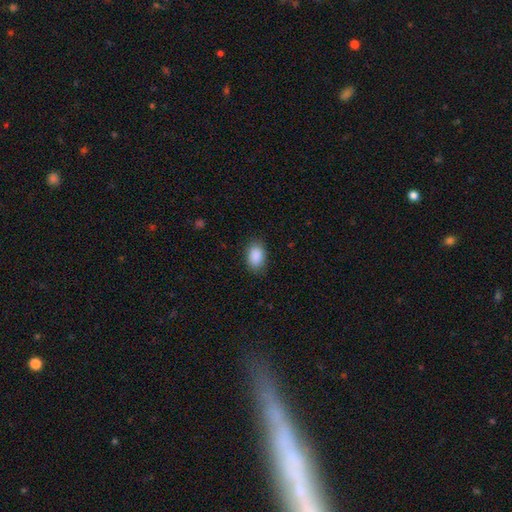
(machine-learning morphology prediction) This appears to be a smooth galaxy with no disk features (90%) that is in between round and cigar-shaped (88%). Merging: none (85%).